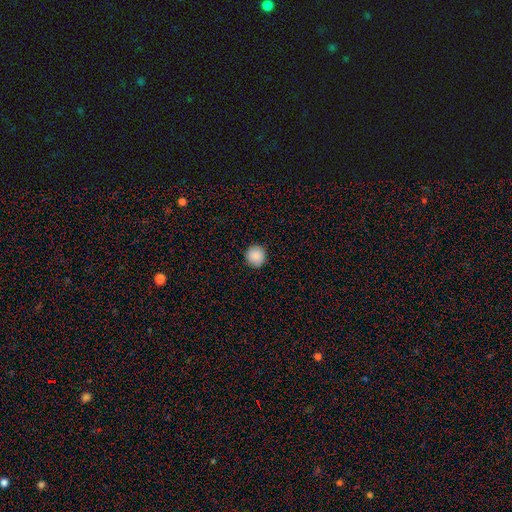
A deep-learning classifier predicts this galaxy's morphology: Smooth or featured? Predicted: smooth (p=0.88). How rounded? Predicted: round (p=0.94). Merging? Predicted: none (p=0.91).